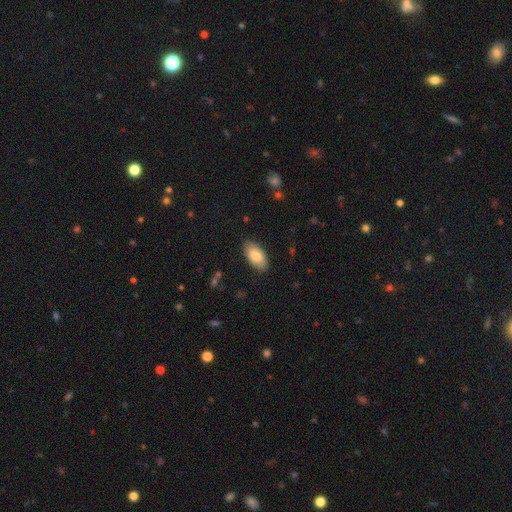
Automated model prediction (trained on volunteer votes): Smooth or featured? Predicted: smooth (p=0.85). How rounded? Predicted: in between (p=0.94). Merging? Predicted: none (p=0.84).